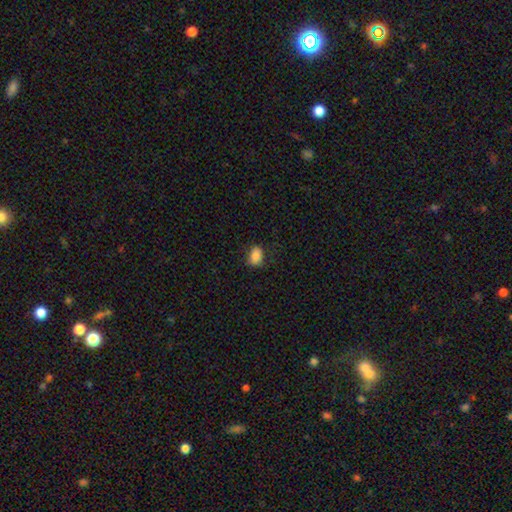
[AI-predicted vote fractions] Smooth or featured: smooth — 86% (star or artifact — 9%)
How rounded: in between — 77% (round — 21%)
Merging: none — 77% (minor disturbance — 18%)